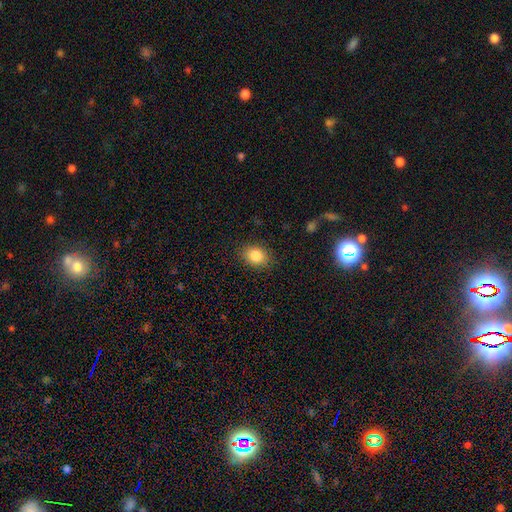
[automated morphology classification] Smooth or featured? Predicted: smooth (p=0.85). How rounded? Predicted: in between (p=0.61). Merging? Predicted: none (p=0.87).